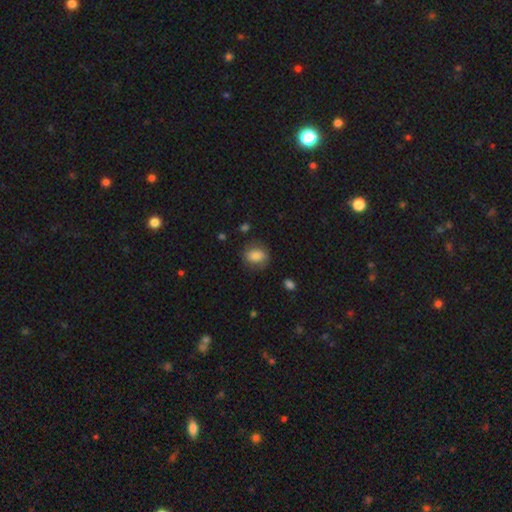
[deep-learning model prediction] smooth_or_featured: smooth (p=0.79) [alt: featured or disk p=0.13]
how_rounded: in between (p=0.54) [alt: round p=0.45]
merging: none (p=0.74) [alt: minor disturbance p=0.17]